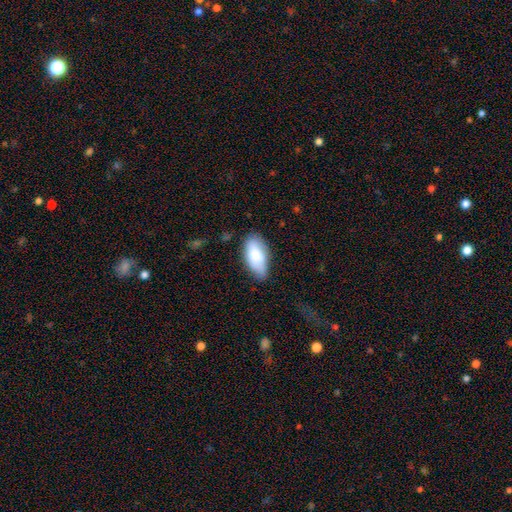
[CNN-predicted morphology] Smooth or featured: smooth — 80% (featured or disk — 13%)
How rounded: in between — 90% (cigar-shaped — 8%)
Merging: none — 68% (minor disturbance — 24%)